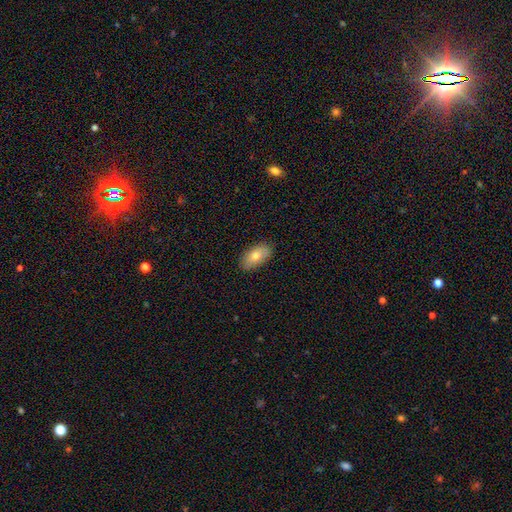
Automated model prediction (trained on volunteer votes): This is likely a smooth galaxy (75%). How rounded: clearly in between (92%). Merging: clearly none (86%).